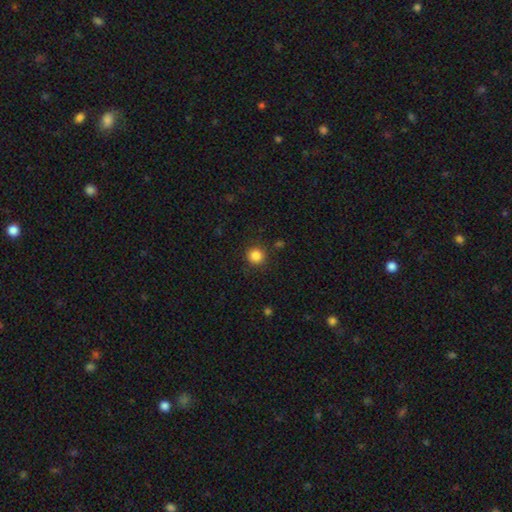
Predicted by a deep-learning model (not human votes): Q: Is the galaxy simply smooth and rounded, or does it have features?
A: smooth — 85%.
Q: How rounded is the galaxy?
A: round — 94%.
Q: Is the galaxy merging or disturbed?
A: none — 89%.